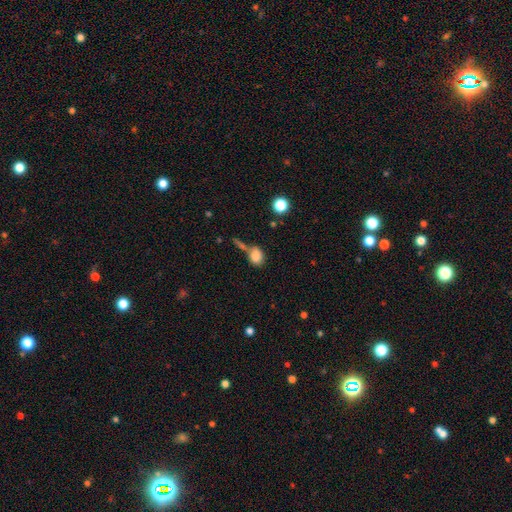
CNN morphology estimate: smooth 83%, star or artifact 9%, featured or disk 8%. Down the decision tree: how rounded — in between (59%); merging — none (46%).